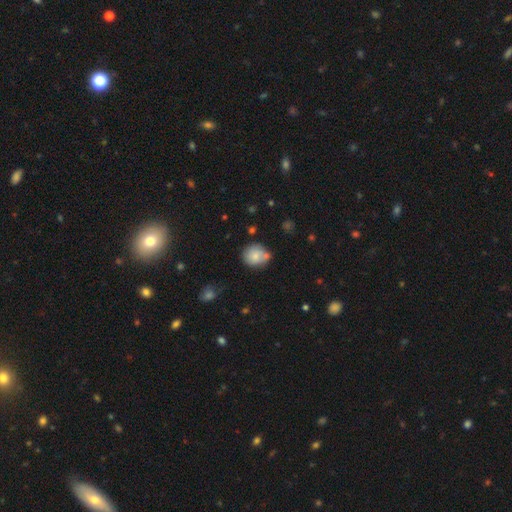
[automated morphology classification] smooth-or-featured: smooth: 77% | featured or disk: 14% | star or artifact: 8%
  how-rounded: round: 74% | in between: 25% | cigar-shaped: 1%
  merging: none: 58% | minor disturbance: 21% | merger: 15% | major disturbance: 5%